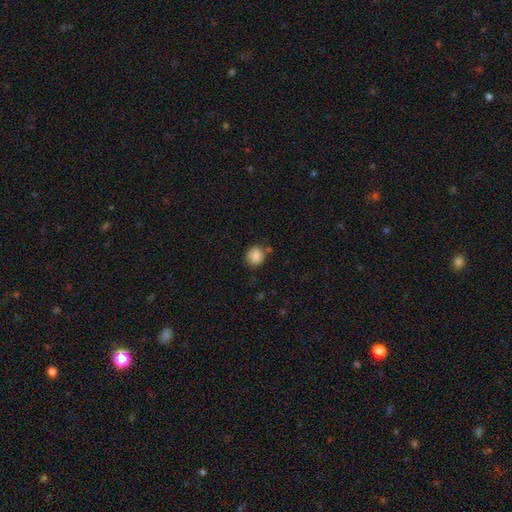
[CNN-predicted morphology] smooth 87%, star or artifact 9%, featured or disk 4%. Down the decision tree: how rounded — round (87%); merging — none (73%).